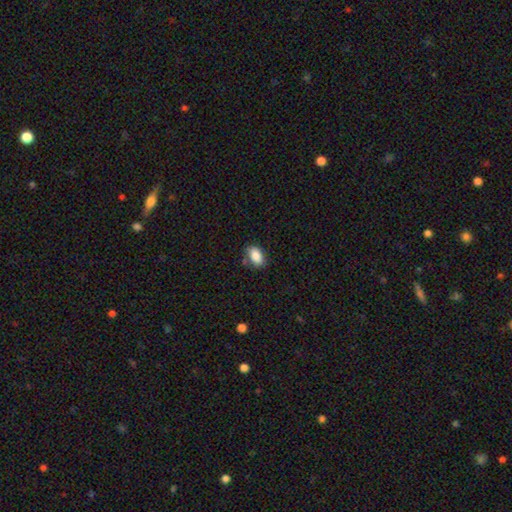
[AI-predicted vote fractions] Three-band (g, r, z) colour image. It shows a smooth galaxy with no disk features (86%) that is in between round and cigar-shaped (89%). Merging: none (74%).